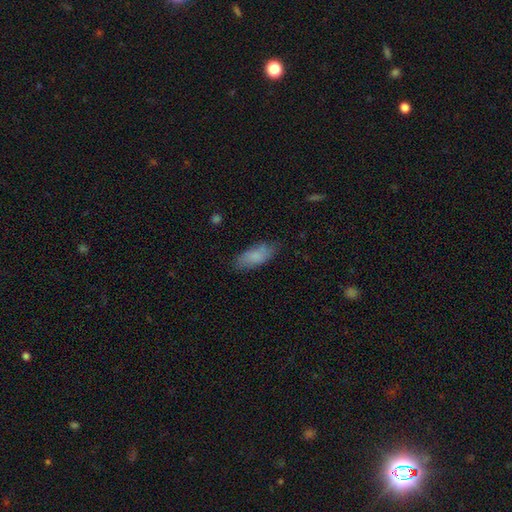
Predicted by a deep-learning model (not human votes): A smooth galaxy with no disk features (81%) that is in between round and cigar-shaped (78%). Merging: none (76%).